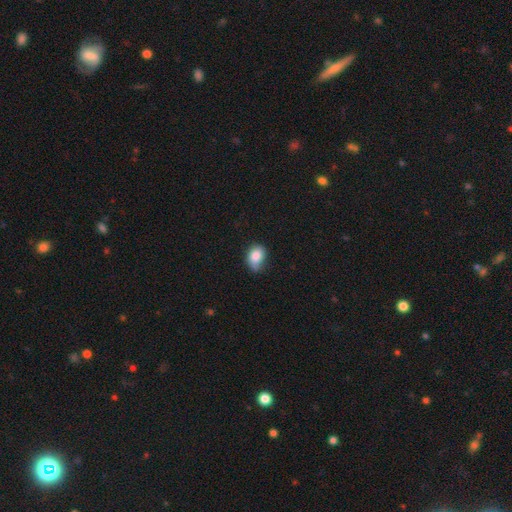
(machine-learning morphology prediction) A smooth galaxy with no disk features (84%) that is in between round and cigar-shaped (75%). Merging: none (49%).